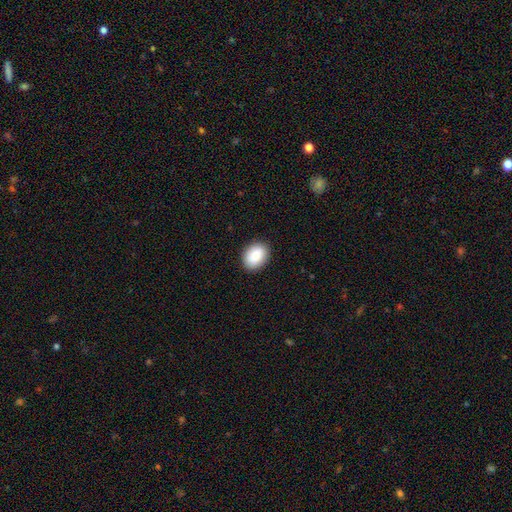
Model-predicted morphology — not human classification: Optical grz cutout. It shows a smooth galaxy with no disk features (86%) that is in between round and cigar-shaped (73%). Merging: none (89%).